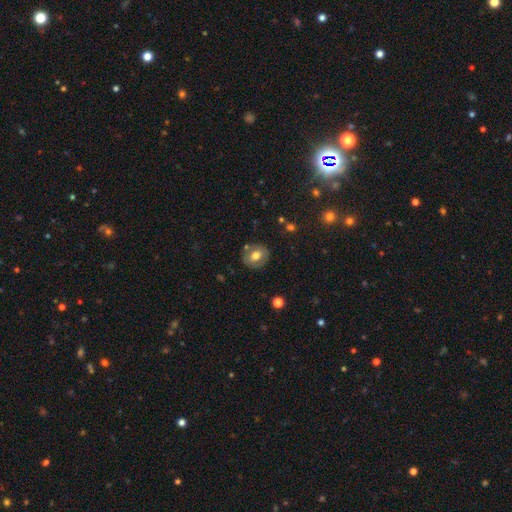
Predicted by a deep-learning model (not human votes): This appears to be a smooth galaxy with no disk features (60%) that is round (69%). Merging: none (79%).